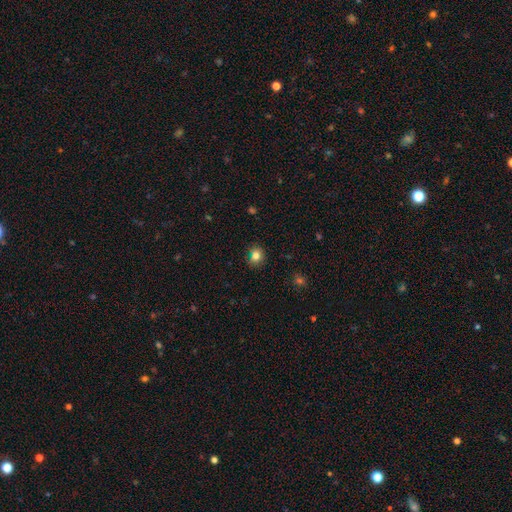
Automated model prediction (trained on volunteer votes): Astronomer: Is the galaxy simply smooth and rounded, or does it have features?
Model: smooth — 80%.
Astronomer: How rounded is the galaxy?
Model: round — 75%.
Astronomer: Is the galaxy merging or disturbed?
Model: none — 81%.